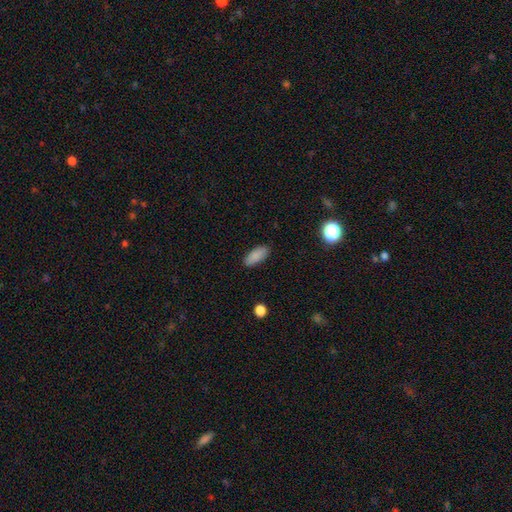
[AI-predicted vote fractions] This is clearly a smooth galaxy (87%). How rounded: clearly in between (83%). Merging: clearly none (87%).